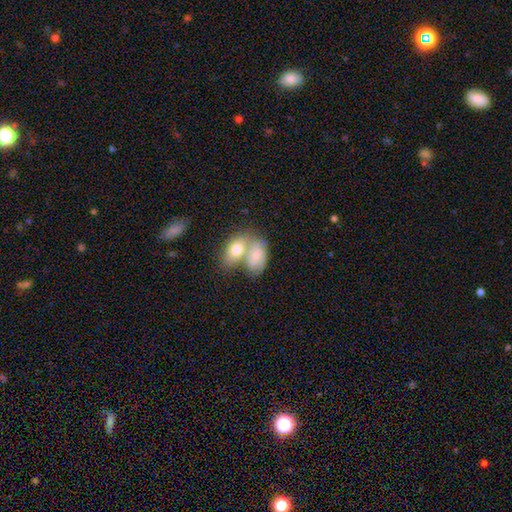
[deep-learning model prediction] smooth_or_featured: smooth (p=0.62) [alt: featured or disk p=0.31]
how_rounded: in between (p=0.86) [alt: round p=0.12]
merging: merger (p=0.64) [alt: none p=0.22]